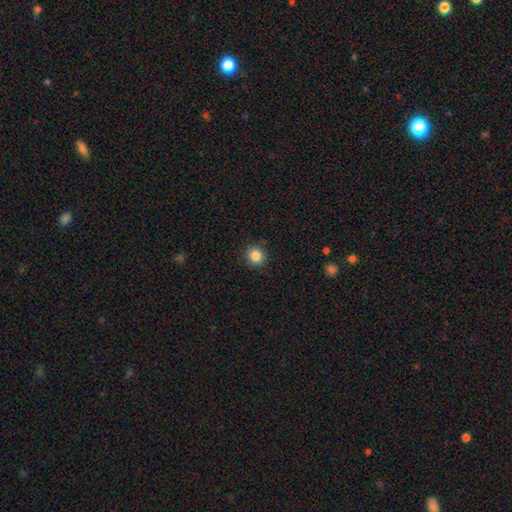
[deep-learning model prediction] A smooth galaxy with no disk features (86%) that is round (91%).

Vote fractions:
- Smooth or featured? smooth: 86% / star or artifact: 10% / featured or disk: 4%
- How rounded? round: 91% / in between: 9% / cigar-shaped: 1%
- Merging? none: 90% / minor disturbance: 7% / major disturbance: 2% / merger: 1%